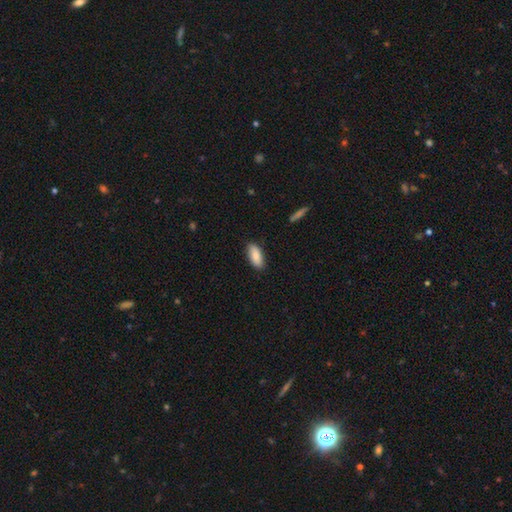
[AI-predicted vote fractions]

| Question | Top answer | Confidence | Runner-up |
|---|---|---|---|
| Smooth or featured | smooth | 84% | featured or disk (10%) |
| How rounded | in between | 85% | cigar-shaped (13%) |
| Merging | none | 86% | minor disturbance (11%) |